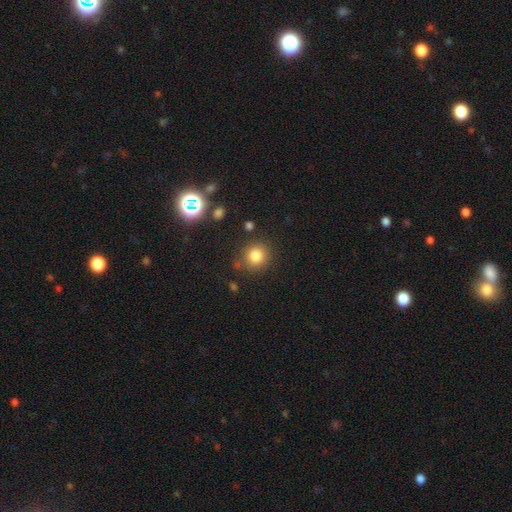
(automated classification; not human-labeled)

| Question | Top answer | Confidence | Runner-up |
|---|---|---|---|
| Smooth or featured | smooth | 81% | star or artifact (12%) |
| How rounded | round | 88% | in between (11%) |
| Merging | none | 81% | minor disturbance (10%) |